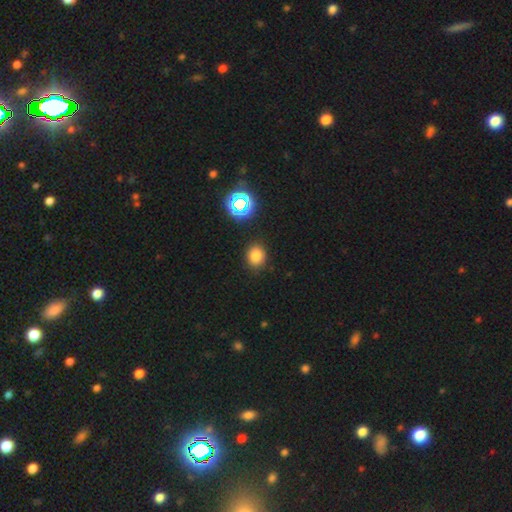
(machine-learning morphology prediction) type=smooth (77%); roundness=round (71%); merging=none (87%).